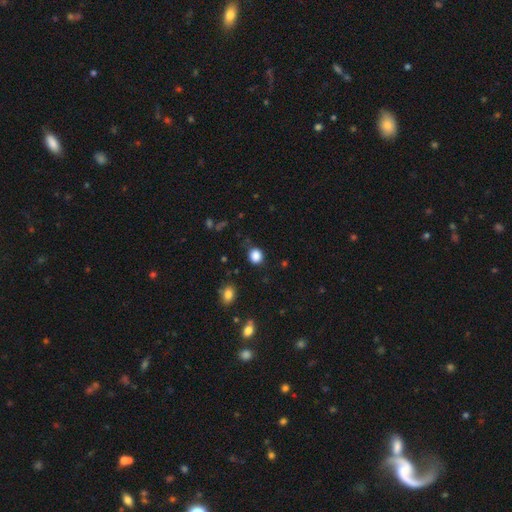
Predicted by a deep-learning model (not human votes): smooth 86%, star or artifact 11%, featured or disk 3%. Down the decision tree: how rounded — round (76%); merging — none (80%).